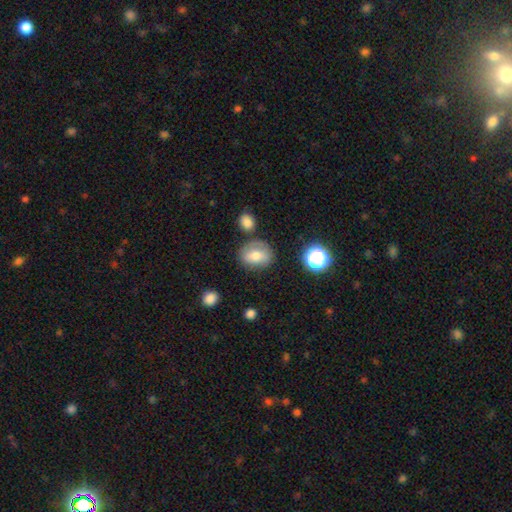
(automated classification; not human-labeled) This appears to be a smooth galaxy with no disk features (67%) that is in between round and cigar-shaped (51%). Merging: none (71%).